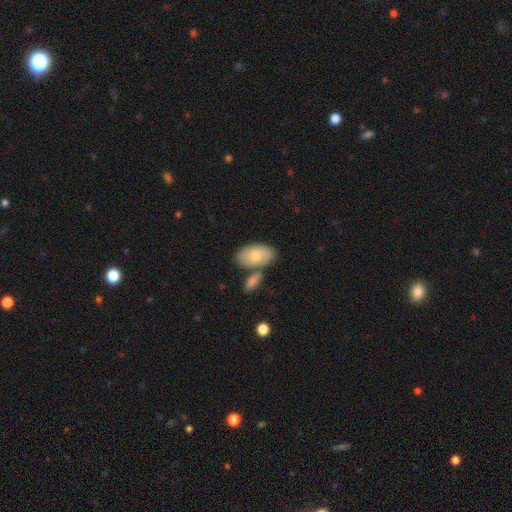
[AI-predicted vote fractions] A smooth galaxy with no disk features (74%) that is in between round and cigar-shaped (93%). Merging: none (61%).